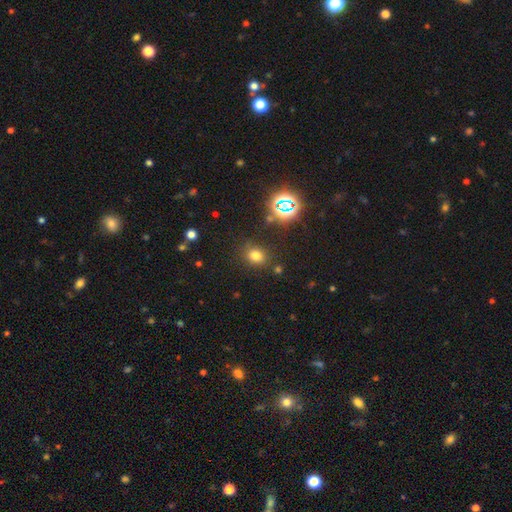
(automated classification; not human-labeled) A smooth galaxy with no disk features (71%) that is round (57%). Merging: none (81%).